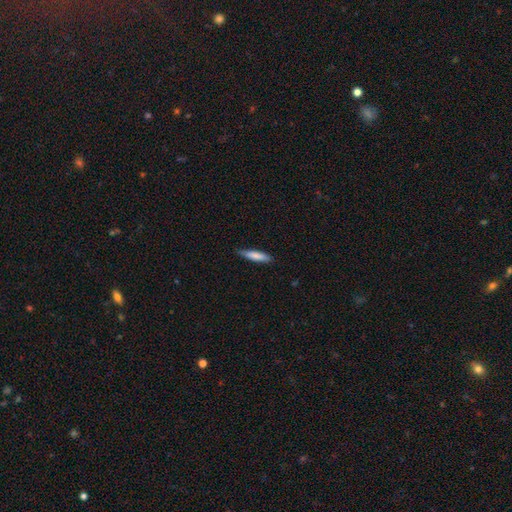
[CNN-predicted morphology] smooth 79%, featured or disk 15%, star or artifact 5%. Down the decision tree: how rounded — cigar-shaped (84%); merging — none (83%).